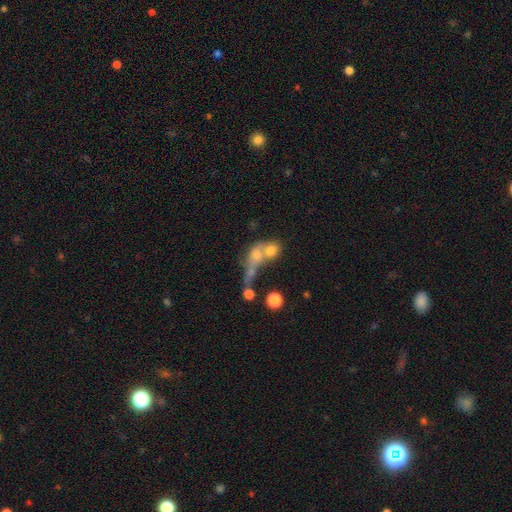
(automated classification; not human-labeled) Smooth or featured? Predicted: smooth (p=0.54). How rounded? Predicted: round (p=0.47). Merging? Predicted: merger (p=0.61).